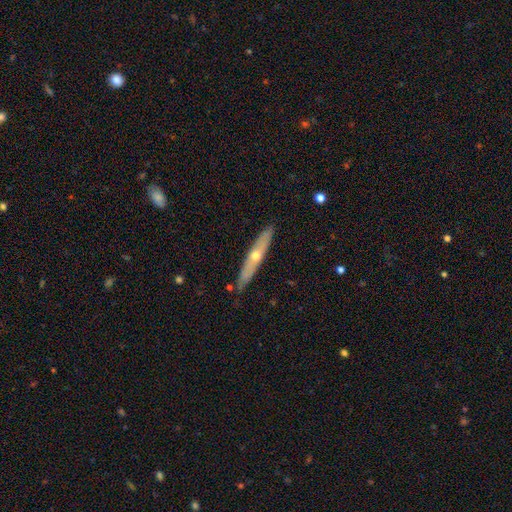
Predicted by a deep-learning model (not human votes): Smooth or featured? featured or disk (59%)
Edge-on disk? yes (86%)
Edge-on bulge? rounded (81%)
Merging? none (87%)